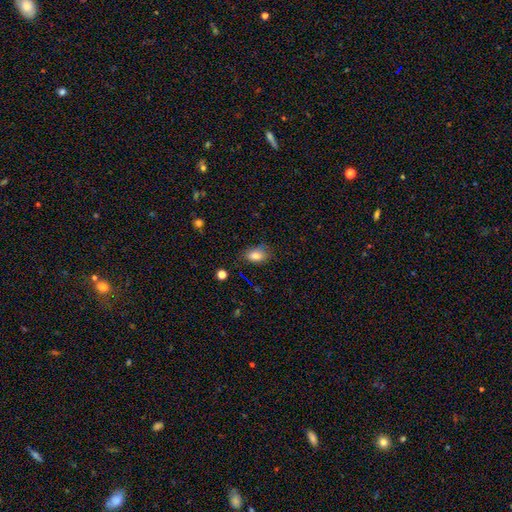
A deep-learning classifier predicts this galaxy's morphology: Q: Smooth or featured?
A: smooth (80%); runner-up: star or artifact (11%)
Q: How rounded?
A: in between (78%); runner-up: round (20%)
Q: Merging?
A: none (73%); runner-up: minor disturbance (21%)